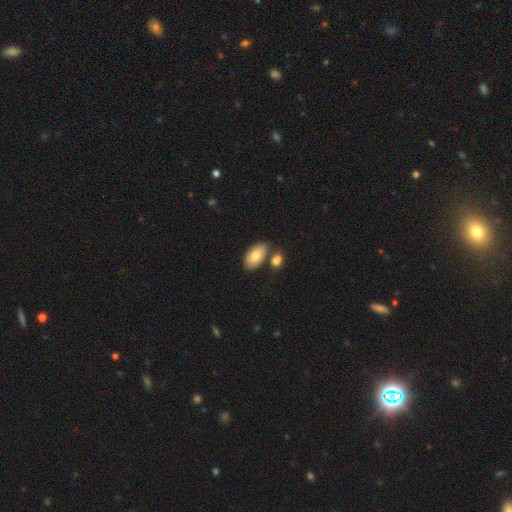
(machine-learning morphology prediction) This is likely a smooth galaxy (76%). How rounded: clearly in between (94%). Merging: likely none (68%).